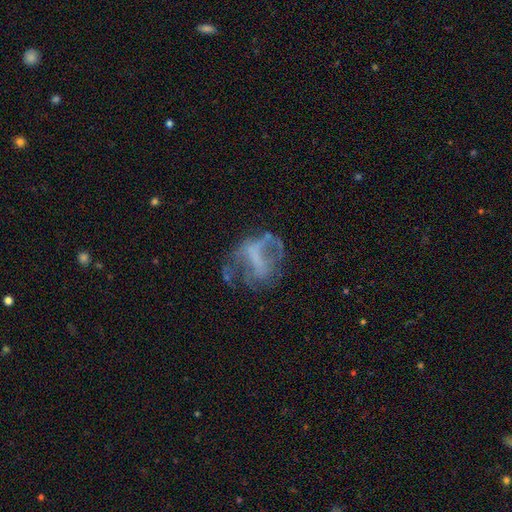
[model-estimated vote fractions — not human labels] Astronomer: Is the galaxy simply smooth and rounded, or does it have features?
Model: featured or disk — 62%.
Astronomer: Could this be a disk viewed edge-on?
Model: no — 95%.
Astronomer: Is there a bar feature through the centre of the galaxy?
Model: no — 47% (runner-up: strong, 27%).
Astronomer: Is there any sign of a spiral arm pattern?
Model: no — 68%.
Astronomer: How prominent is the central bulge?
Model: none — 66%.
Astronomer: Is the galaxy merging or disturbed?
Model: none — 41% (runner-up: major disturbance, 34%).